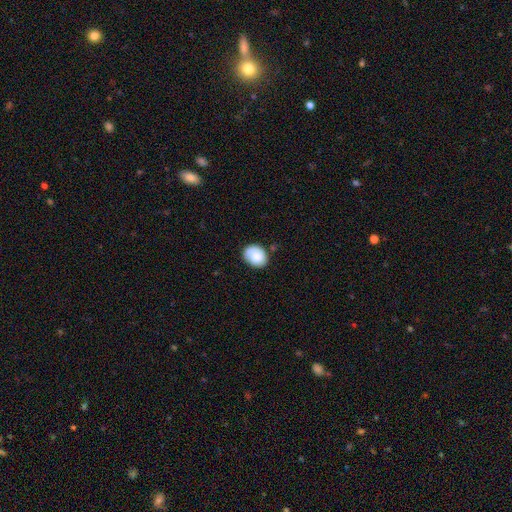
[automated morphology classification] smooth 84%, featured or disk 9%, star or artifact 8%. Down the decision tree: how rounded — in between (53%); merging — none (69%).